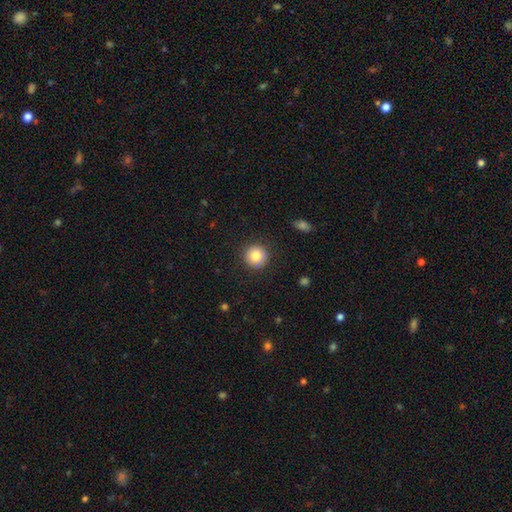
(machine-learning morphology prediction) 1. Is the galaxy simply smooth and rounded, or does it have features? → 82% smooth, 9% star or artifact, 9% featured or disk.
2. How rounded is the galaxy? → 94% round, 5% in between, 1% cigar-shaped.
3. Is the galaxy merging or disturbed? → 88% none, 8% minor disturbance, 2% major disturbance, 1% merger.